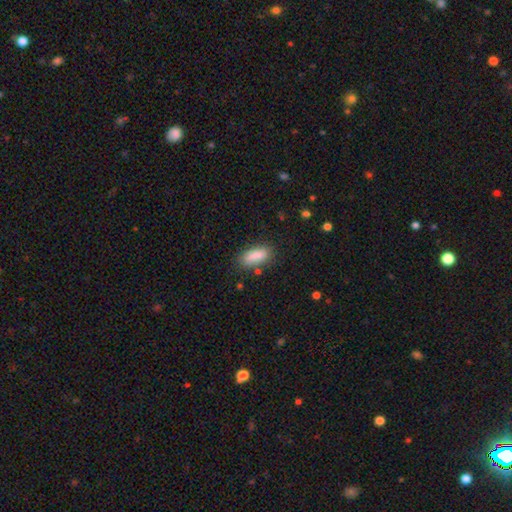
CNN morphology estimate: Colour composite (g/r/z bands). It shows a smooth galaxy with no disk features (86%) that is in between round and cigar-shaped (78%). Merging: none (78%).